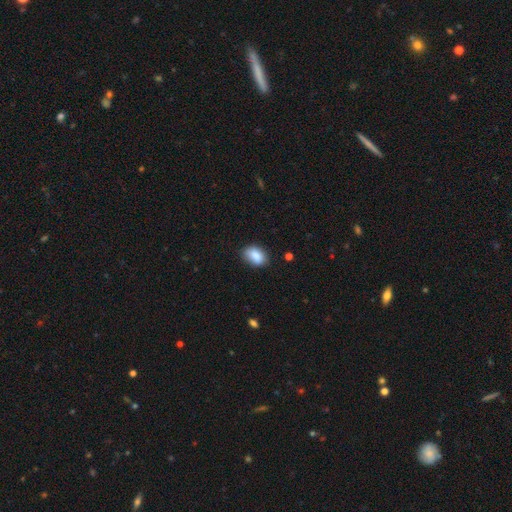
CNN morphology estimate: The model was most divided on "merging": none: 75%, minor disturbance: 19%, major disturbance: 4%, merger: 2%. More confident: smooth or featured — smooth (85%); how rounded — in between (83%).